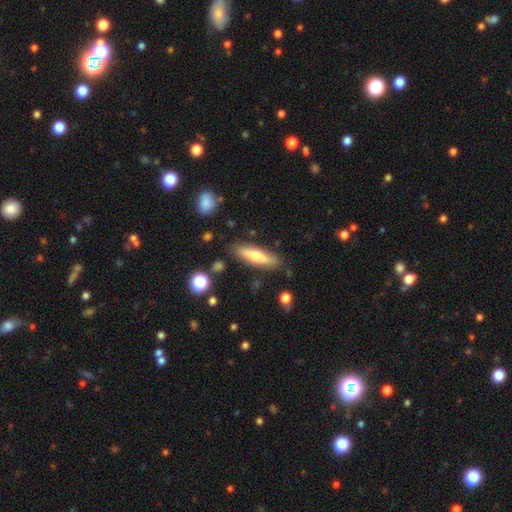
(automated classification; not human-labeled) Overall: smooth (58%; featured or disk 35%). How rounded: cigar-shaped (75%). Merging: none (84%).